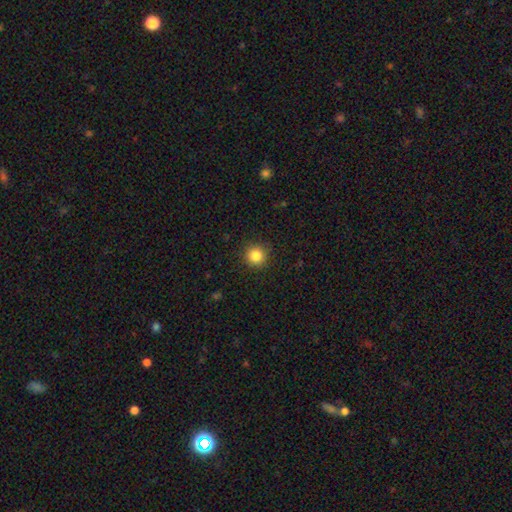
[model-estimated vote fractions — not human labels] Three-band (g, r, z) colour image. It shows a smooth galaxy with no disk features (84%) that is round (94%). Merging: none (91%).